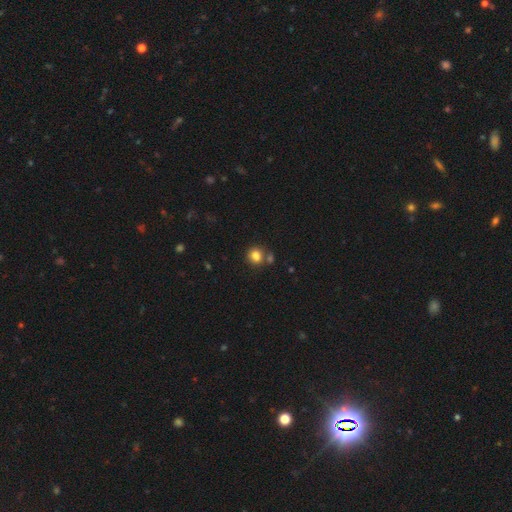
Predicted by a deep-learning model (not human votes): Overall: smooth (83%). How rounded: round (74%). Merging: none (63%).